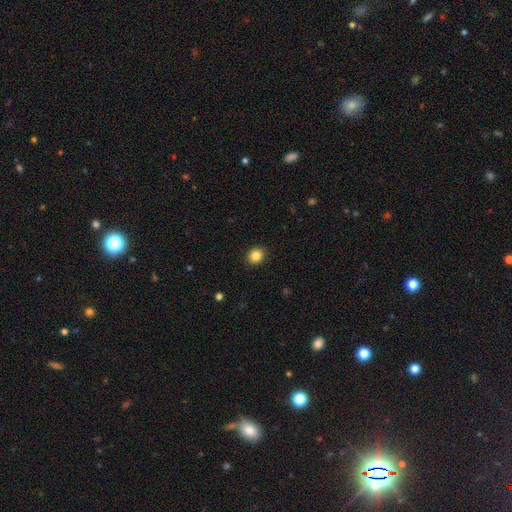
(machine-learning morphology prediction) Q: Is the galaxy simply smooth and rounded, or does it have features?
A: smooth — 85%.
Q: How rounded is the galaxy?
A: round — 79%.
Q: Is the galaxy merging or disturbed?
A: none — 92%.